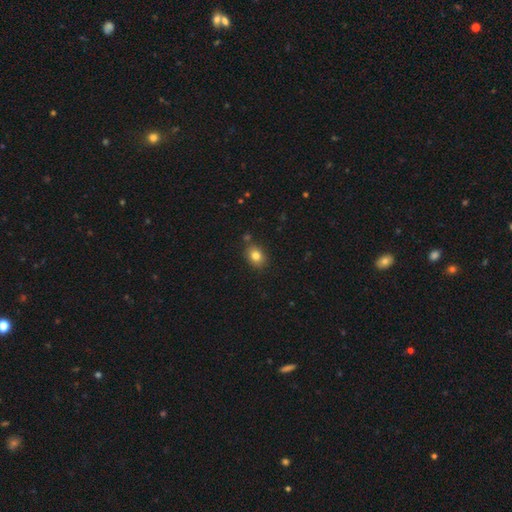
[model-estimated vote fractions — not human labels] smooth-or-featured: smooth: 82% | star or artifact: 10% | featured or disk: 8%
  how-rounded: in between: 58% | round: 41% | cigar-shaped: 1%
  merging: none: 81% | minor disturbance: 12% | merger: 5% | major disturbance: 3%